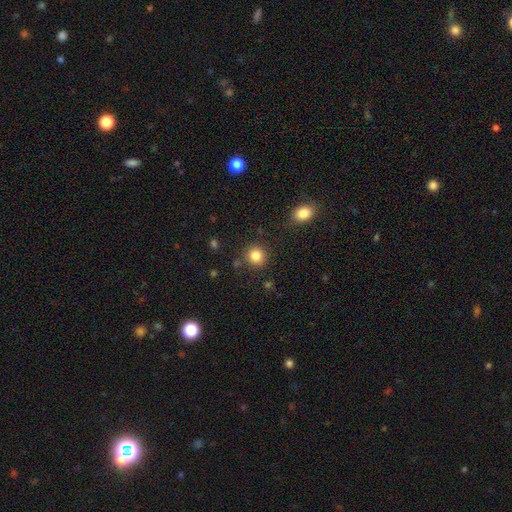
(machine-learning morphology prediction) This appears to be a smooth galaxy with no disk features (84%) that is round (90%). Merging: none (85%).